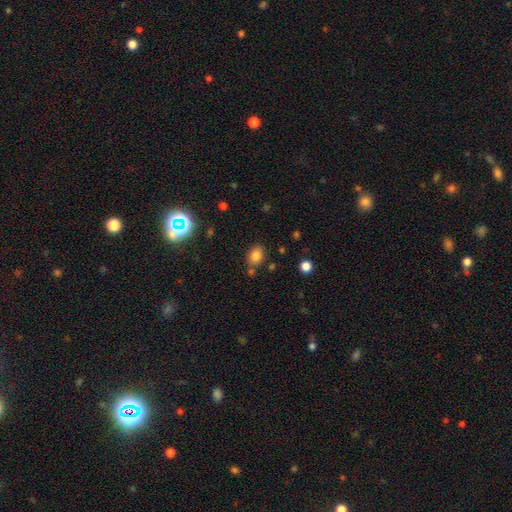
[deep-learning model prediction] Smooth or featured?
  - smooth: 81% *
  - star or artifact: 13%
  - featured or disk: 6%
How rounded?
  - in between: 68% *
  - round: 31%
  - cigar-shaped: 1%
Merging?
  - none: 74% *
  - minor disturbance: 14%
  - merger: 9%
  - major disturbance: 4%